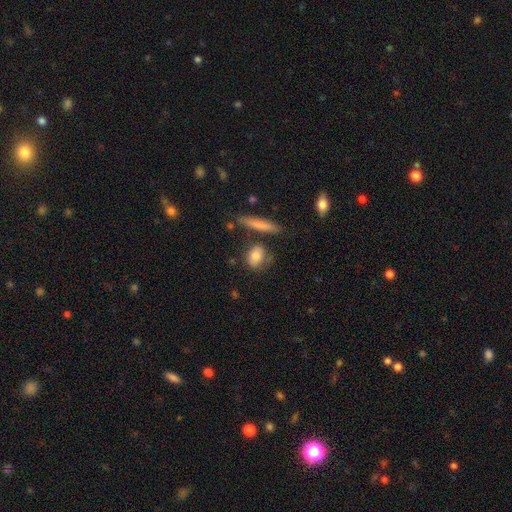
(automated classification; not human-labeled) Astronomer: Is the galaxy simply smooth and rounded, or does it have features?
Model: smooth — 78%.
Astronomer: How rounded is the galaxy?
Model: in between — 54% (runner-up: round, 33%).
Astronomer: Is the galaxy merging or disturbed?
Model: none — 63%.